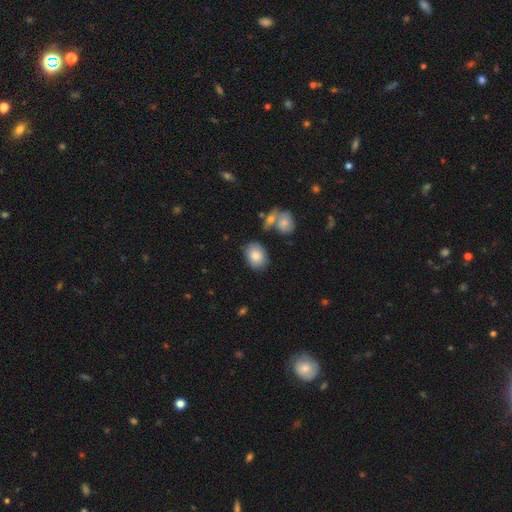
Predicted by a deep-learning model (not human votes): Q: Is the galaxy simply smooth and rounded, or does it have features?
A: smooth — 83%.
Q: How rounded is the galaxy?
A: in between — 72%.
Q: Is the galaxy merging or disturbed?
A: none — 75%.